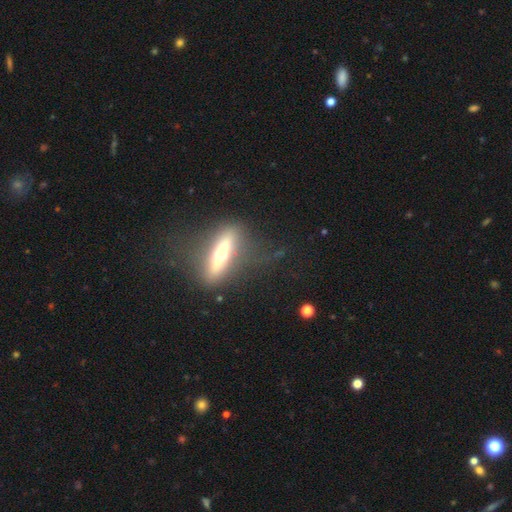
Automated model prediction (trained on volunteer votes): Q: Smooth or featured?
A: featured or disk (69%); runner-up: smooth (20%)
Q: Edge-on disk?
A: yes (76%); runner-up: no (24%)
Q: Edge-on bulge?
A: rounded (86%); runner-up: none (7%)
Q: Merging?
A: none (62%); runner-up: minor disturbance (18%)